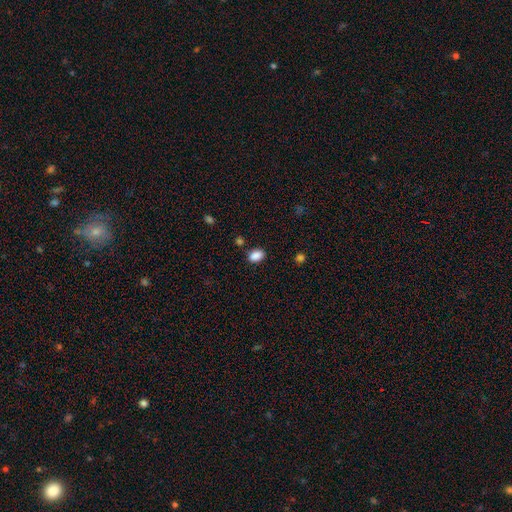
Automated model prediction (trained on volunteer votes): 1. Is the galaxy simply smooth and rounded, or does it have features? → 88% smooth, 9% star or artifact, 3% featured or disk.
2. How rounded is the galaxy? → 83% in between, 16% round, 1% cigar-shaped.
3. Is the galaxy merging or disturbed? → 83% none, 11% minor disturbance, 3% merger, 3% major disturbance.